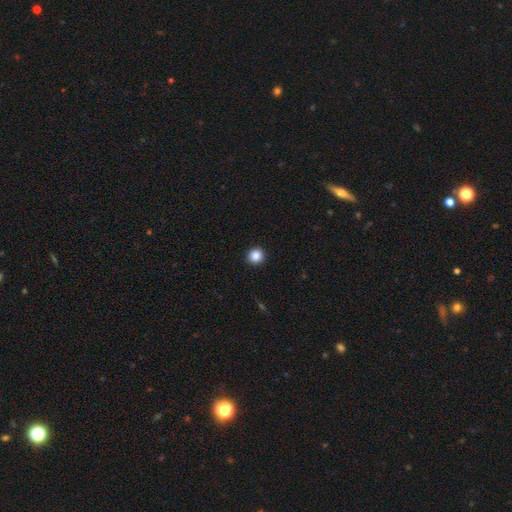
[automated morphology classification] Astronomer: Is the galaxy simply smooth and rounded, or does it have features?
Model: smooth — 87%.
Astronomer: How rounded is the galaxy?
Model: round — 95%.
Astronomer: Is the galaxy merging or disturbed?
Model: none — 93%.